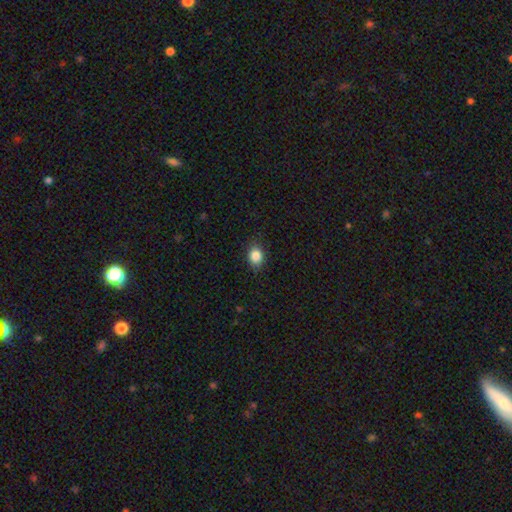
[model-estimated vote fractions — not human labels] smooth_or_featured: smooth (p=0.86) [alt: star or artifact p=0.09]
how_rounded: in between (p=0.58) [alt: round p=0.41]
merging: none (p=0.84) [alt: minor disturbance p=0.13]